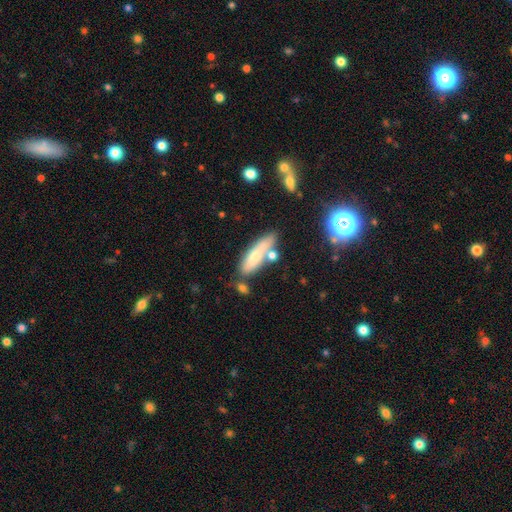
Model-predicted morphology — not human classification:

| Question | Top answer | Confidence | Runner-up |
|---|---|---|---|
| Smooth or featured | smooth | 67% | featured or disk (25%) |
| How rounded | cigar-shaped | 56% | in between (42%) |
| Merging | none | 56% | minor disturbance (20%) |